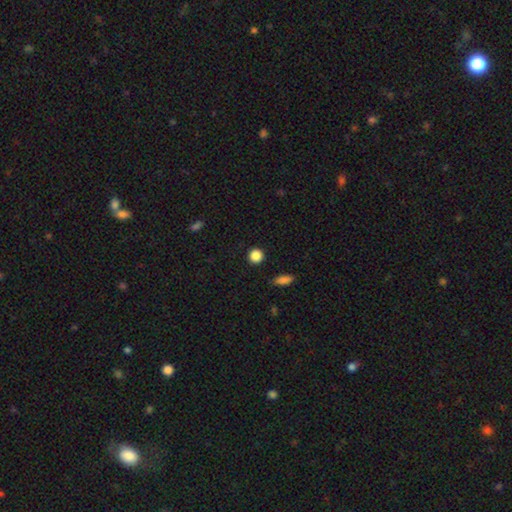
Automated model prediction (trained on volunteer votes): smooth_or_featured: smooth (p=0.87) [alt: star or artifact p=0.10]
how_rounded: round (p=0.92) [alt: in between p=0.06]
merging: none (p=0.92) [alt: minor disturbance p=0.05]